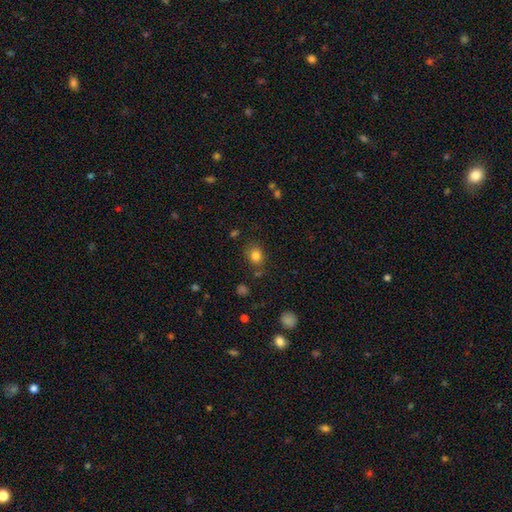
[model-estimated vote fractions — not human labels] A smooth galaxy with no disk features (81%) that is round (63%).

Vote fractions:
- Smooth or featured? smooth: 81% / star or artifact: 12% / featured or disk: 6%
- How rounded? round: 63% / in between: 36% / cigar-shaped: 1%
- Merging? none: 76% / minor disturbance: 15% / merger: 5% / major disturbance: 5%